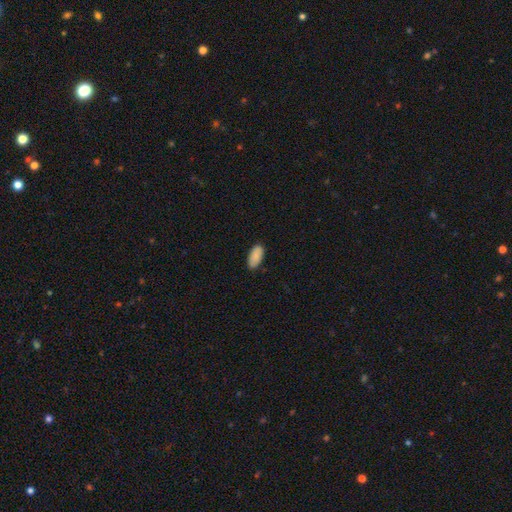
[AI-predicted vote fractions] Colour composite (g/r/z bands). It shows a smooth galaxy with no disk features (89%) that is in between round and cigar-shaped (93%). Merging: none (86%).